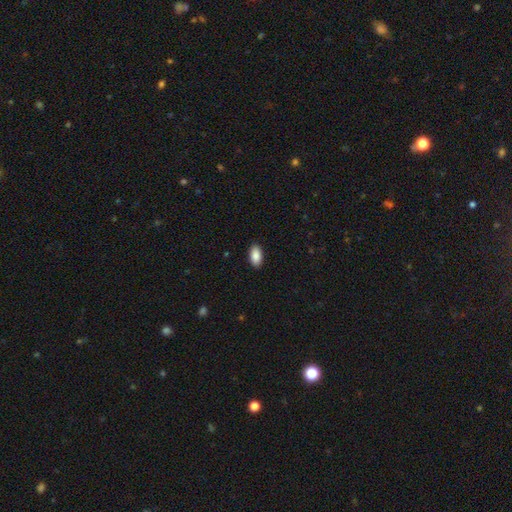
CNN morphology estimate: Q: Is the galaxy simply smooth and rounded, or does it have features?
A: smooth — 89%.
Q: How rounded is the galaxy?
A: in between — 93%.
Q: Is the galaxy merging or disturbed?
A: none — 90%.